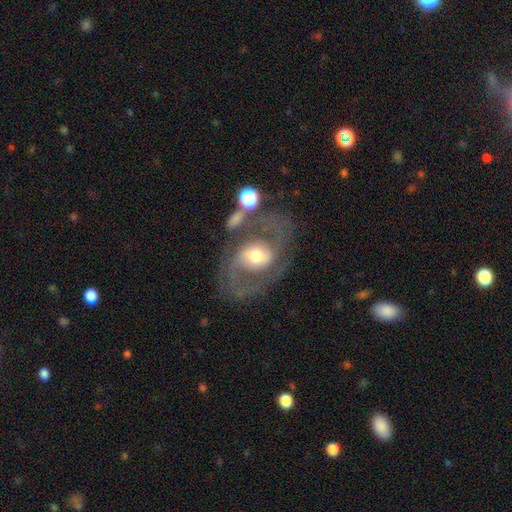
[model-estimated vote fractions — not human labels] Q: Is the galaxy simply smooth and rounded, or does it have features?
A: featured or disk — 81%.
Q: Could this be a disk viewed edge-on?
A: no — 96%.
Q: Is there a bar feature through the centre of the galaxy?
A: weak — 42%.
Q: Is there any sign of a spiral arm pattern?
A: yes — 87%.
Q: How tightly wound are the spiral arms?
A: medium — 54%.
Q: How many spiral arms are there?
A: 2 — 86%.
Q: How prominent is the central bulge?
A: moderate — 64%.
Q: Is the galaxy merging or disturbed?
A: none — 59%.